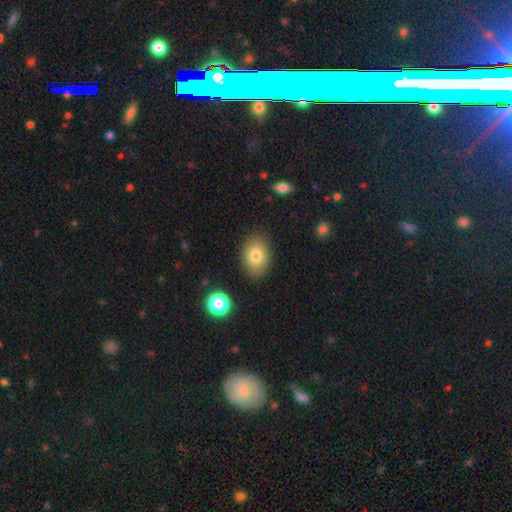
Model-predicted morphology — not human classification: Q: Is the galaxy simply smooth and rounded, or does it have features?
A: smooth — 80%.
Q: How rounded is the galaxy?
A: in between — 77%.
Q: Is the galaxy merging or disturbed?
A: none — 84%.